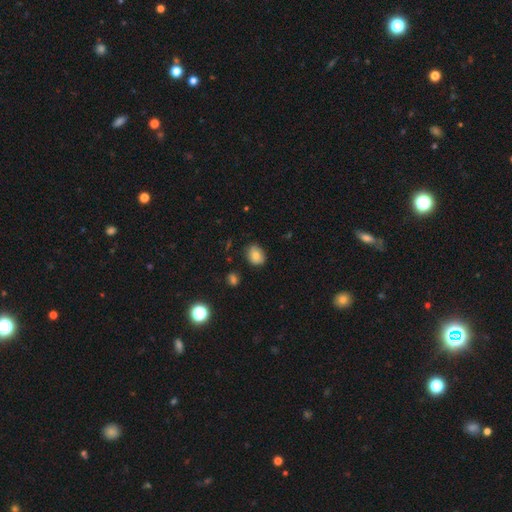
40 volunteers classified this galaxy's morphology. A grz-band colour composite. It shows a smooth galaxy with no disk features (85%) that is round (56%). Merging: none (86%).